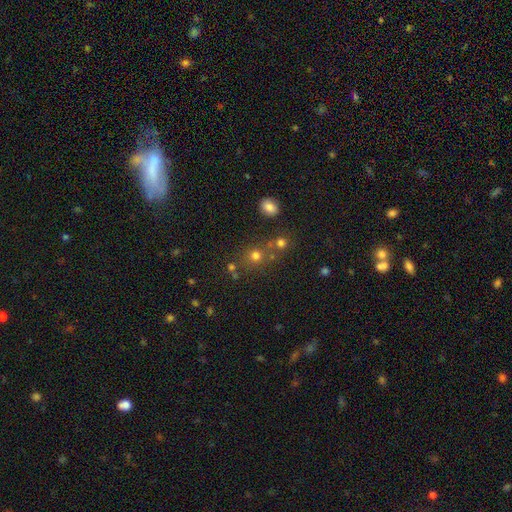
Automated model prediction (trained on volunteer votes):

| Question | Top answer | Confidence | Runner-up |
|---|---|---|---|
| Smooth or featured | smooth | 70% | star or artifact (21%) |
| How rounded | round | 86% | in between (13%) |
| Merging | none | 68% | merger (19%) |